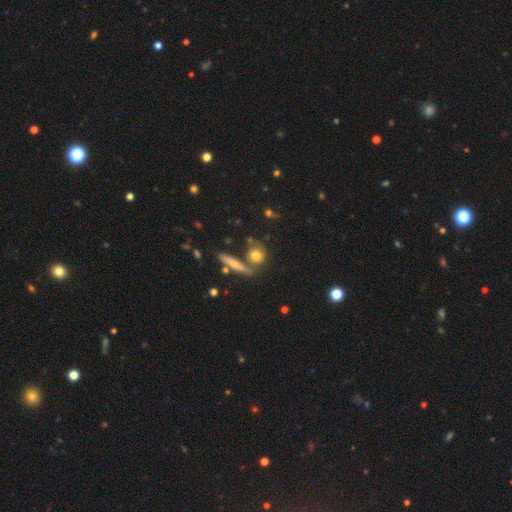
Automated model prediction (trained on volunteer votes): Morphology: type=smooth (69%); roundness=round (71%); merging=none (64%).